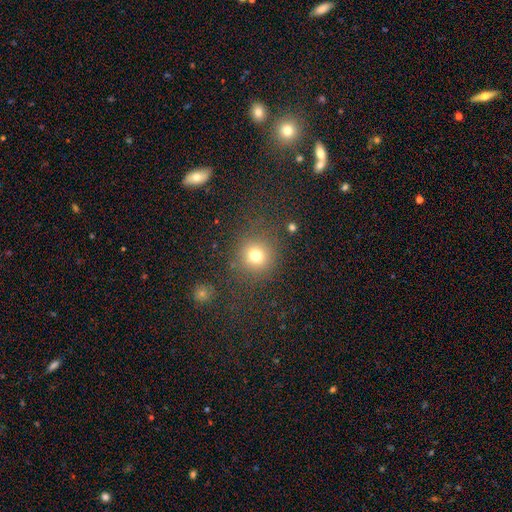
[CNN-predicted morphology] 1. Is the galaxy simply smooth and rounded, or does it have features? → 75% smooth, 17% star or artifact, 8% featured or disk.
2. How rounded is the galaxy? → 88% round, 11% in between, 1% cigar-shaped.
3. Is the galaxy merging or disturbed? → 79% none, 10% minor disturbance, 7% major disturbance, 4% merger.